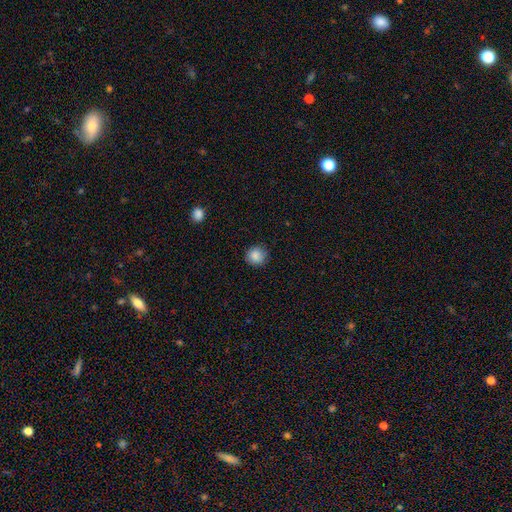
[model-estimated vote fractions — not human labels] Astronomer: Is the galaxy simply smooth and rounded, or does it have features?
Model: smooth — 87%.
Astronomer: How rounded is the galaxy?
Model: round — 92%.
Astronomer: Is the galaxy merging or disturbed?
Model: none — 88%.